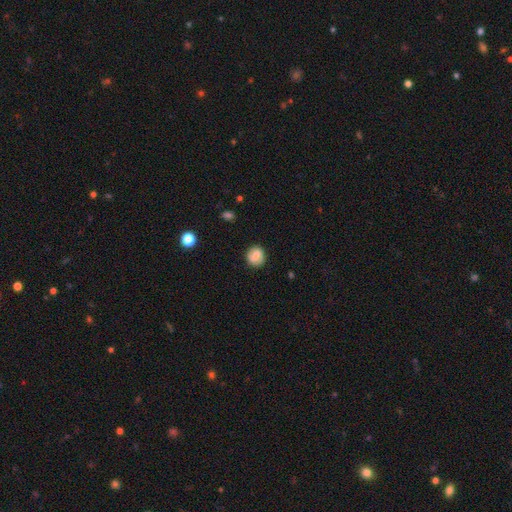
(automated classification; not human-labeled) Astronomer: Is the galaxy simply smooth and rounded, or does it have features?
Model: smooth — 66%.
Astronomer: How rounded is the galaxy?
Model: round — 80%.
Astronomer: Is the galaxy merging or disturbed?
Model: none — 84%.